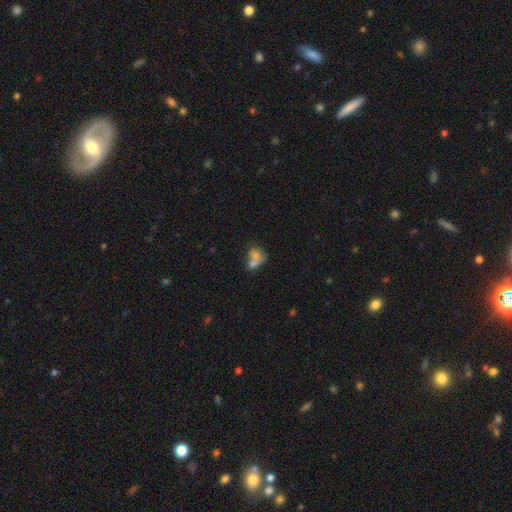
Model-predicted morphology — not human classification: Q: Smooth or featured?
A: smooth (67%); runner-up: featured or disk (22%)
Q: How rounded?
A: in between (63%); runner-up: round (35%)
Q: Merging?
A: merger (61%); runner-up: none (21%)